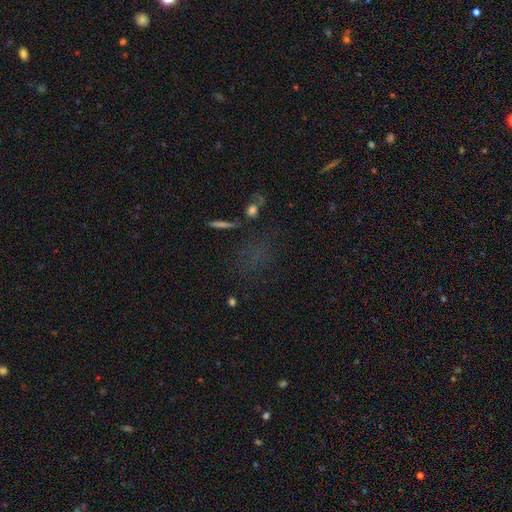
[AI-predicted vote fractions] Q: Smooth or featured?
A: star or artifact (46%); runner-up: smooth (39%)